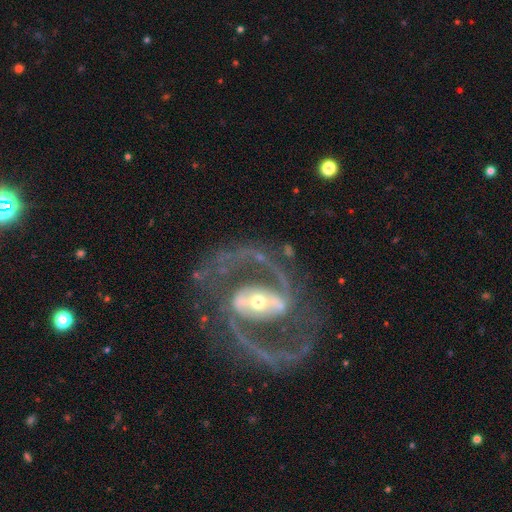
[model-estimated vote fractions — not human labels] Morphology: type=featured or disk (93%); edge-on=no (97%); bar=strong (56%); spiral arms=yes (98%); winding=medium (65%); arm count=2 (94%); bulge=moderate (47%); merging=none (79%).